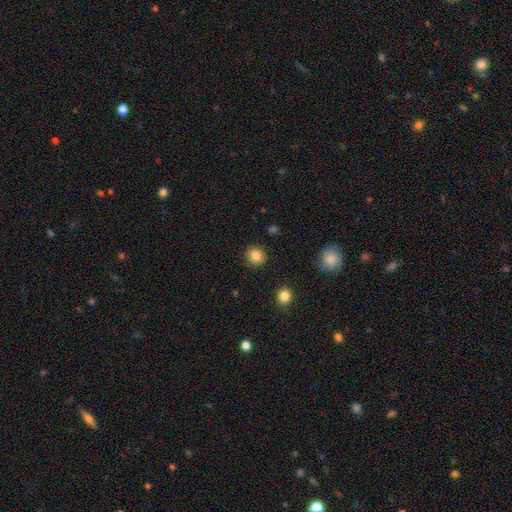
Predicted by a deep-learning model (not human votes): smooth_or_featured: smooth (p=0.85) [alt: star or artifact p=0.10]
how_rounded: round (p=0.87) [alt: in between p=0.12]
merging: none (p=0.90) [alt: minor disturbance p=0.06]